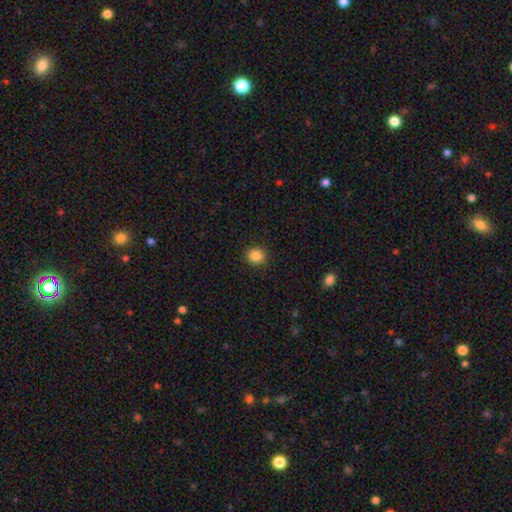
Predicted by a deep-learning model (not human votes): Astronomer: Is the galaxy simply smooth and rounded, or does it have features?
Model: smooth — 86%.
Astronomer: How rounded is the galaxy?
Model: round — 82%.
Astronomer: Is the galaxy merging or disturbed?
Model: none — 91%.